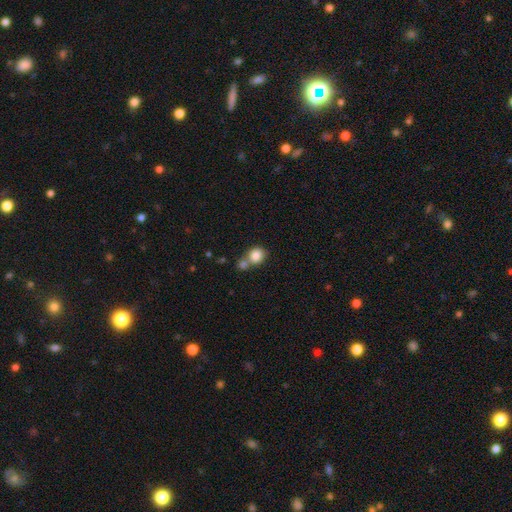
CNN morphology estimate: Smooth or featured?
  - smooth: 84% *
  - star or artifact: 9%
  - featured or disk: 7%
How rounded?
  - round: 72% *
  - in between: 27%
  - cigar-shaped: 1%
Merging?
  - merger: 46% *
  - none: 41%
  - minor disturbance: 9%
  - major disturbance: 4%